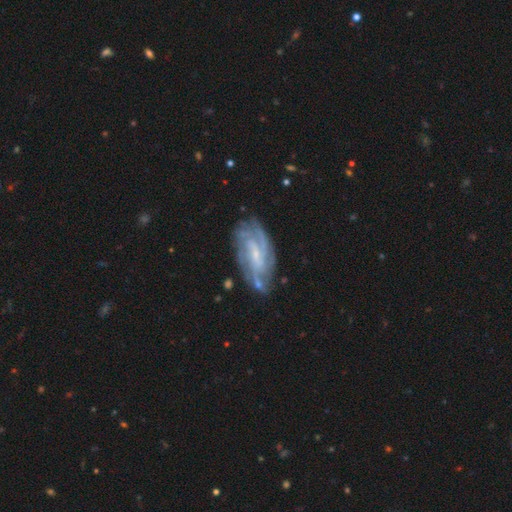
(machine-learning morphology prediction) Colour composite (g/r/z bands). It shows a featured or disk galaxy (71%) with a weak bar (47%), tight (49%) spiral arms (87%) and a small central bulge (50%). Merging: none (72%).